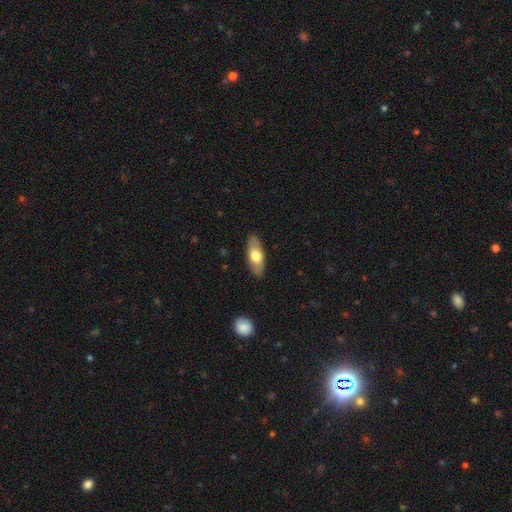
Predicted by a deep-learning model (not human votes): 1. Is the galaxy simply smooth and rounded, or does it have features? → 64% smooth, 31% featured or disk, 5% star or artifact.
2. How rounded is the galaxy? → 79% in between, 18% cigar-shaped, 3% round.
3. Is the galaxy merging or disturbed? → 87% none, 10% minor disturbance, 2% major disturbance, 1% merger.